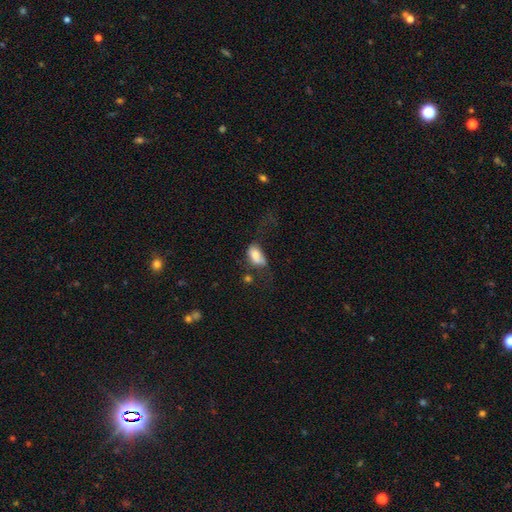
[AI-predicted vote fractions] Smooth or featured? smooth (75%)
How rounded? in between (90%)
Merging? major disturbance (44%)